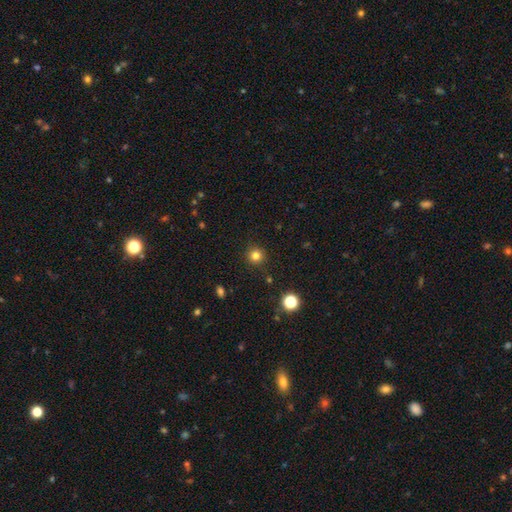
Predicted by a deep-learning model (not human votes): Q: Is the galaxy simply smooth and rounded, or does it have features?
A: smooth — 80%.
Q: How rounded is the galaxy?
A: round — 95%.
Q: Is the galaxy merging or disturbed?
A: none — 91%.